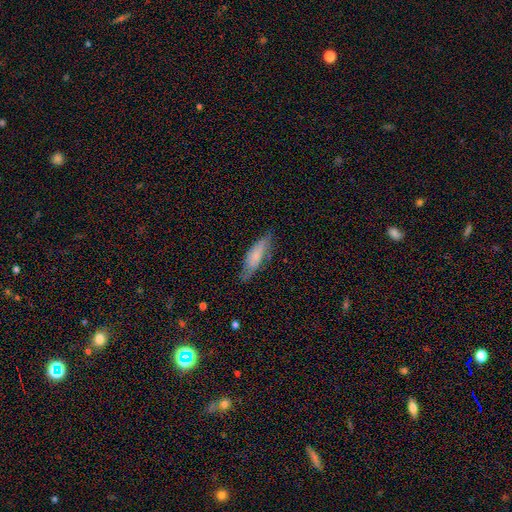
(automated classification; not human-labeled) smooth-or-featured: smooth: 67% | featured or disk: 27% | star or artifact: 7%
  how-rounded: cigar-shaped: 57% | in between: 41% | round: 2%
  merging: none: 74% | minor disturbance: 20% | major disturbance: 4% | merger: 2%